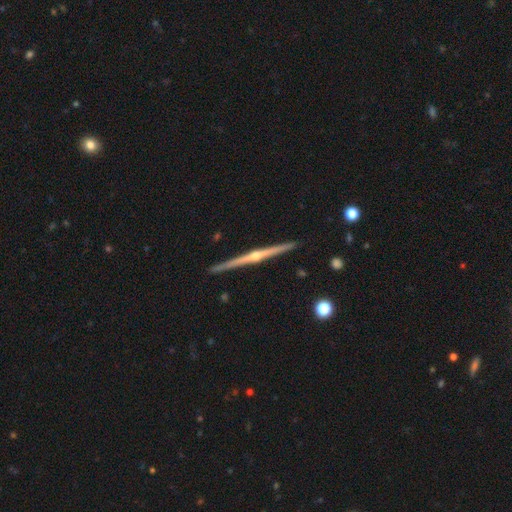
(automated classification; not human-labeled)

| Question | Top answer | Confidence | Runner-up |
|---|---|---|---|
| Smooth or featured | featured or disk | 88% | smooth (8%) |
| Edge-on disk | yes | 99% | no (1%) |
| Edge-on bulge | rounded | 89% | none (7%) |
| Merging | none | 93% | minor disturbance (5%) |